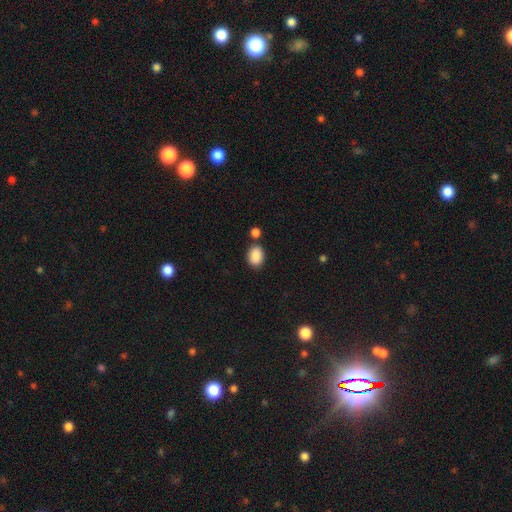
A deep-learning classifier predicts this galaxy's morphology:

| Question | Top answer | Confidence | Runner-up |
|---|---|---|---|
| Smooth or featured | smooth | 89% | star or artifact (8%) |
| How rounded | in between | 77% | round (22%) |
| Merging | none | 73% | merger (12%) |